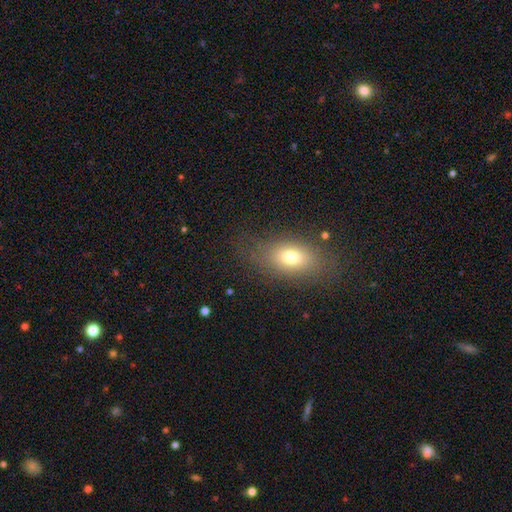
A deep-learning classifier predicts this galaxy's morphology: Overall: smooth (69%). How rounded: in between (82%). Merging: none (85%).